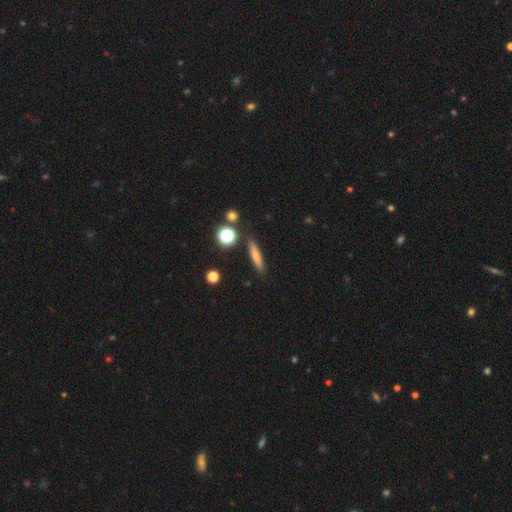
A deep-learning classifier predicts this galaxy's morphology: Overall: smooth (67%). How rounded: cigar-shaped (82%). Merging: none (86%).